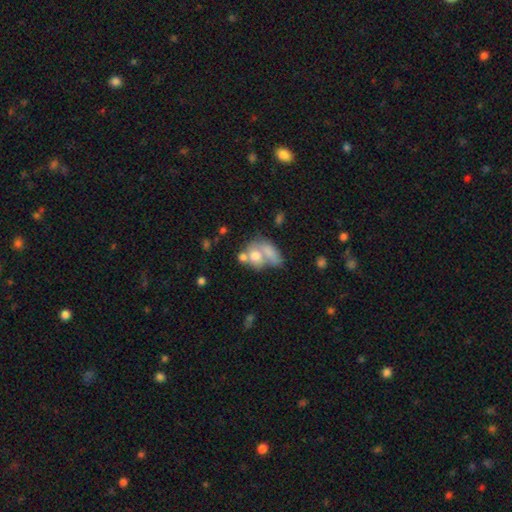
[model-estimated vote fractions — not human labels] Q: Smooth or featured?
A: smooth (67%); runner-up: featured or disk (24%)
Q: How rounded?
A: in between (60%); runner-up: round (38%)
Q: Merging?
A: merger (58%); runner-up: none (20%)